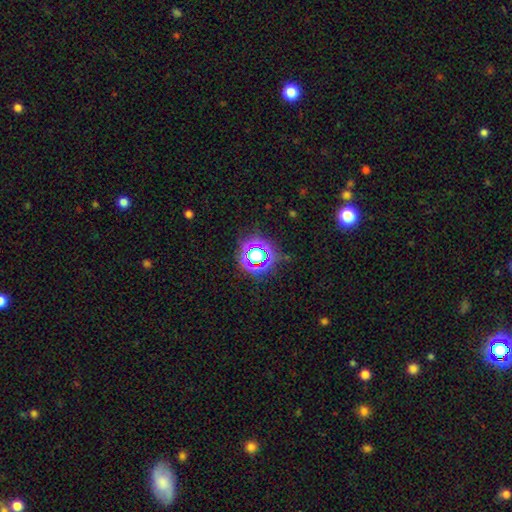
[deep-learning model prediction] Overall: star or artifact (63%; smooth 26%).